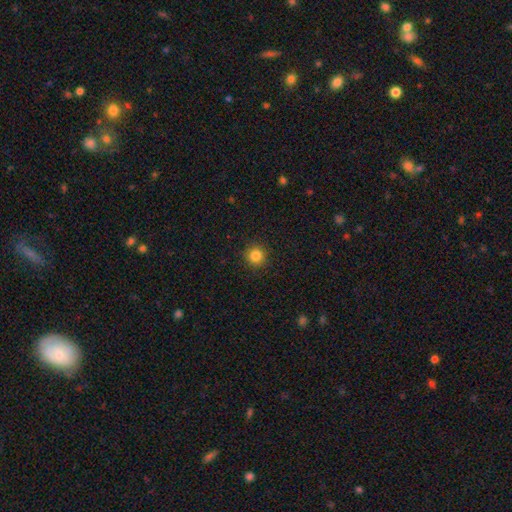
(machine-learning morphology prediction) This is clearly a smooth galaxy (83%). How rounded: clearly round (95%). Merging: clearly none (92%).